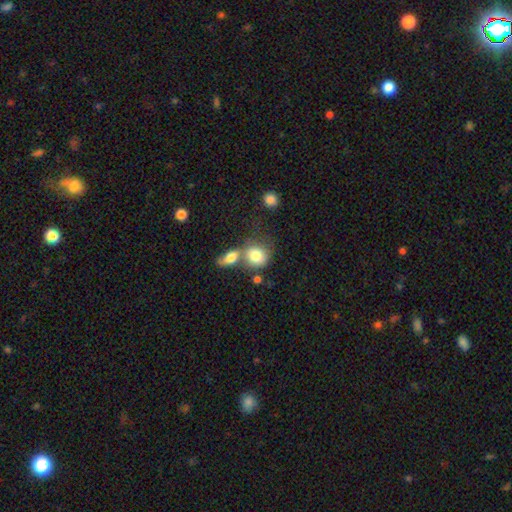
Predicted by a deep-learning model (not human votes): Smooth or featured: smooth — 80% (featured or disk — 12%)
How rounded: round — 62% (in between — 37%)
Merging: merger — 49% (none — 34%)